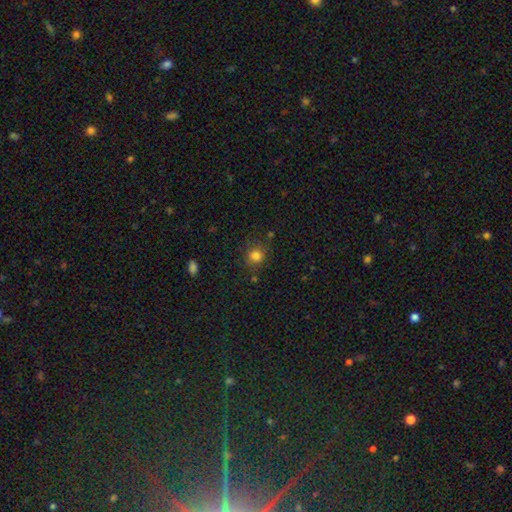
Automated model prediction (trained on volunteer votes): Overall: smooth (81%). How rounded: round (85%). Merging: none (79%).